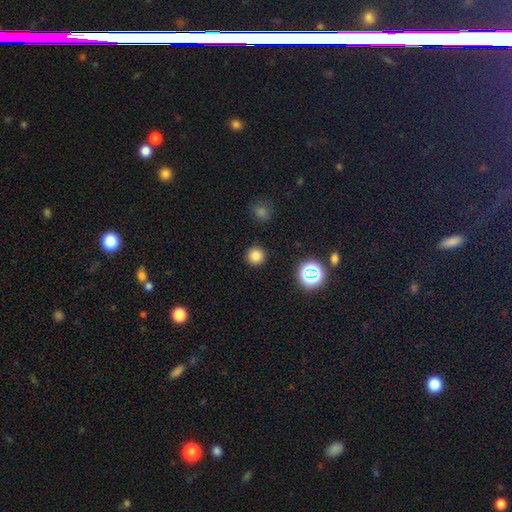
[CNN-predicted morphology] The model was most divided on "smooth or featured": smooth: 80%, star or artifact: 15%, featured or disk: 5%. More confident: how rounded — round (96%); merging — none (92%).